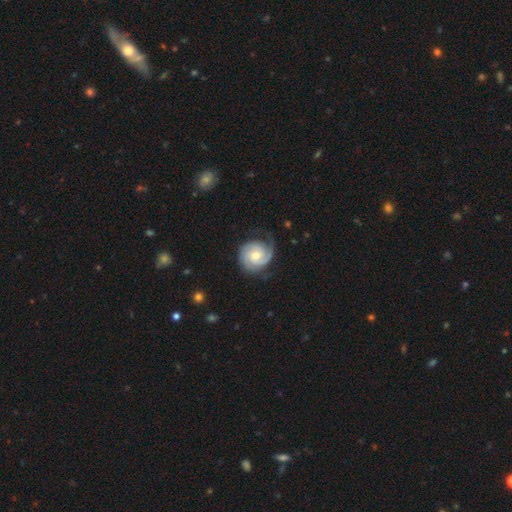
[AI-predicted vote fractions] Morphology: type=featured or disk (85%); edge-on=no (98%); bar=no (66%); spiral arms=yes (98%); winding=tight (63%); arm count=2 (57%); bulge=moderate (53%); merging=none (73%).